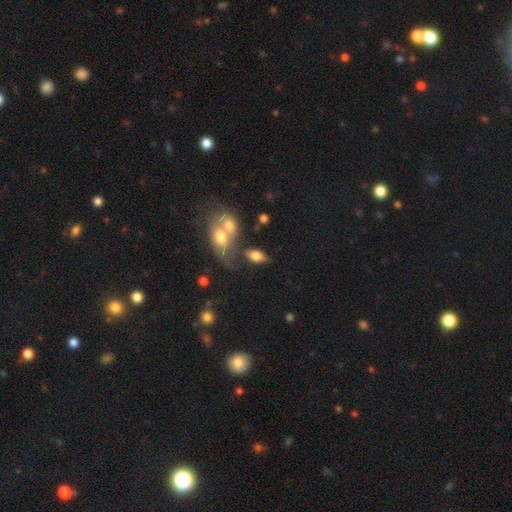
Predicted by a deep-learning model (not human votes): The model was most divided on "merging": none: 48%, merger: 25%, minor disturbance: 17%, major disturbance: 9%. More confident: how rounded — in between (90%); smooth or featured — smooth (76%).